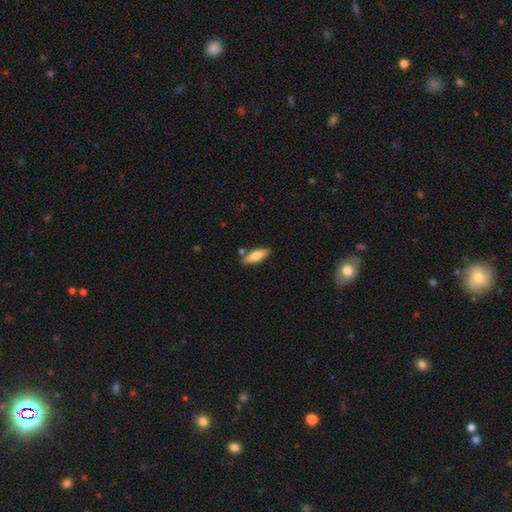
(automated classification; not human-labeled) This appears to be a smooth galaxy with no disk features (73%) that is in between round and cigar-shaped (56%). Merging: none (80%).